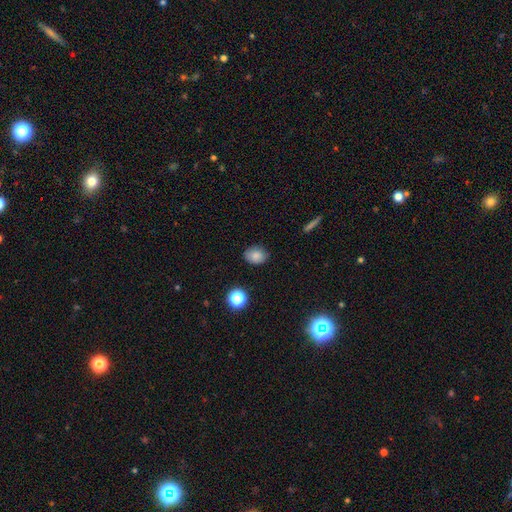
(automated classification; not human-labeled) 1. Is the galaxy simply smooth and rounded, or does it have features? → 83% smooth, 11% star or artifact, 7% featured or disk.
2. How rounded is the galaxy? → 63% in between, 36% round, 1% cigar-shaped.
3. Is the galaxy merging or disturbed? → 83% none, 13% minor disturbance, 3% major disturbance, 1% merger.